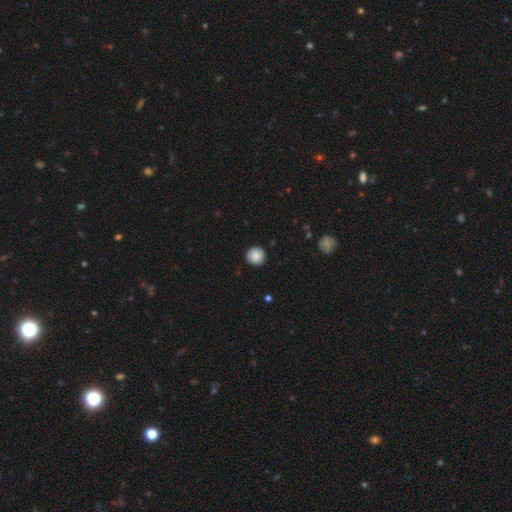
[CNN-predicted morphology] smooth-or-featured: smooth: 86% | star or artifact: 8% | featured or disk: 6%
  how-rounded: round: 95% | in between: 4% | cigar-shaped: 1%
  merging: none: 90% | minor disturbance: 7% | major disturbance: 2% | merger: 1%